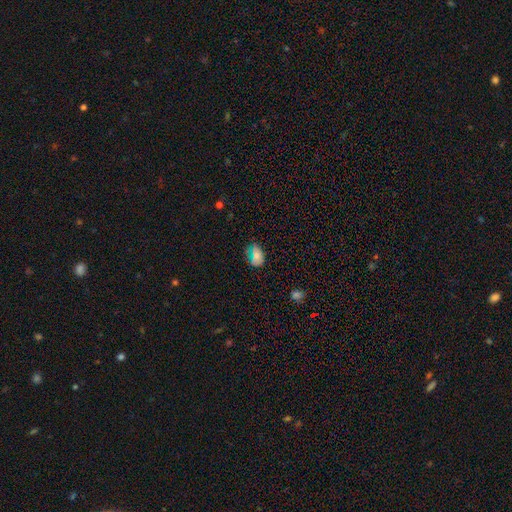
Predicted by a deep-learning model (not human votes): The model was most divided on "merging": none: 58%, minor disturbance: 26%, major disturbance: 11%, merger: 5%. More confident: how rounded — in between (78%); smooth or featured — smooth (67%).